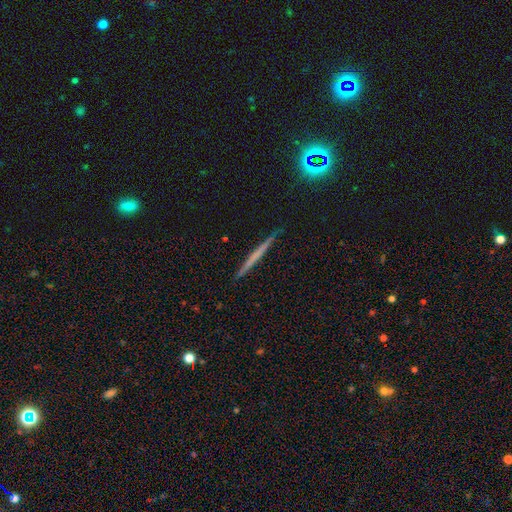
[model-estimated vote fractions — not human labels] smooth_or_featured: featured or disk (p=0.51) [alt: smooth p=0.41]
disk_edge_on: yes (p=0.97) [alt: no p=0.03]
merging: none (p=0.90) [alt: minor disturbance p=0.07]